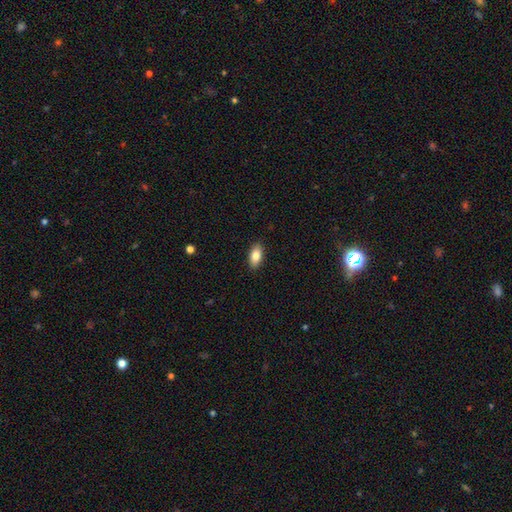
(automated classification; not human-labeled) Morphology: type=smooth (85%); roundness=in between (91%); merging=none (90%).